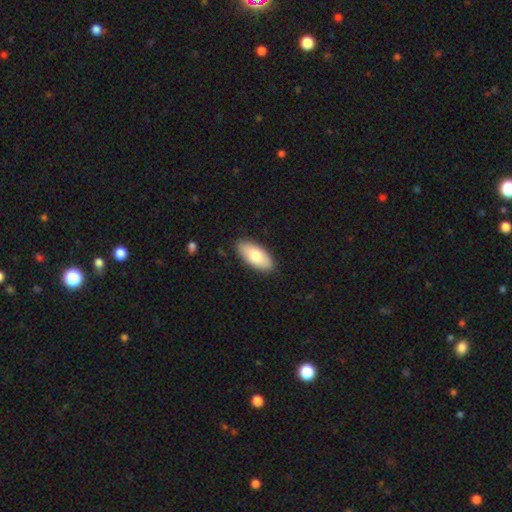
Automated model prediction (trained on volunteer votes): The model was most divided on "smooth or featured": smooth: 77%, featured or disk: 17%, star or artifact: 6%. More confident: how rounded — in between (89%); merging — none (88%).